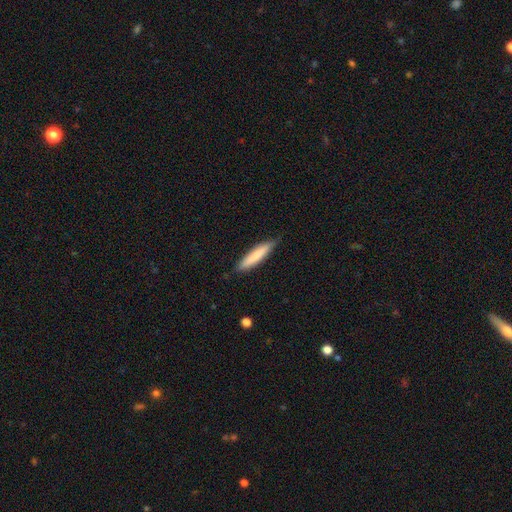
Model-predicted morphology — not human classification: smooth-or-featured: smooth: 78% | featured or disk: 17% | star or artifact: 5%
  how-rounded: cigar-shaped: 88% | in between: 11% | round: 1%
  merging: none: 80% | minor disturbance: 16% | major disturbance: 2% | merger: 1%